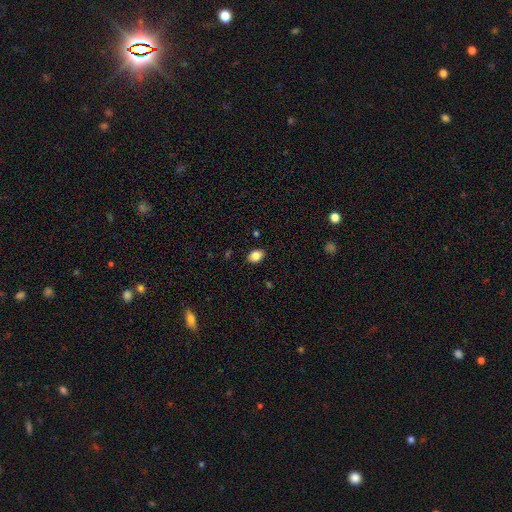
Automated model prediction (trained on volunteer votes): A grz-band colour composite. It shows a smooth galaxy with no disk features (85%) that is in between round and cigar-shaped (80%). Merging: none (88%).